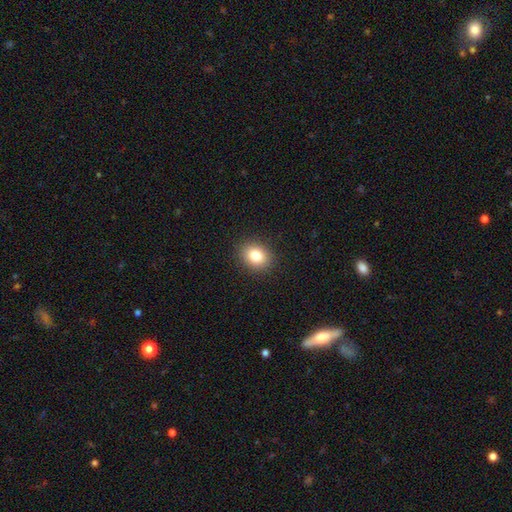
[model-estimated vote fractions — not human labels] This appears to be a smooth galaxy with no disk features (82%) that is round (53%). Merging: none (90%).